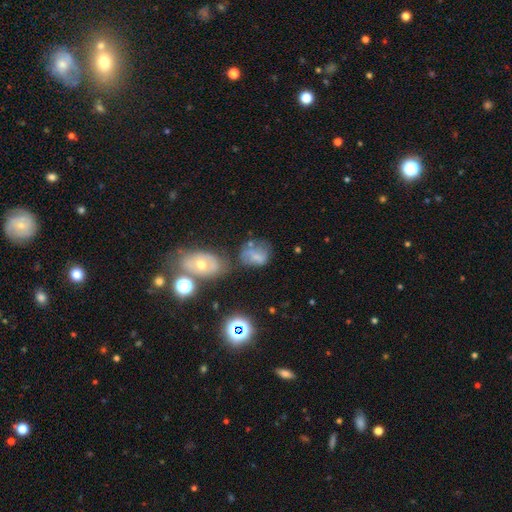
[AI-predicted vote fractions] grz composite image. It shows a smooth galaxy with no disk features (55%) that is in between round and cigar-shaped (62%). Merging: none (35%).